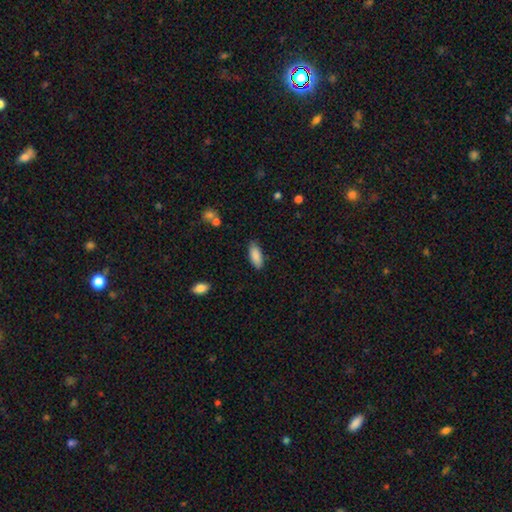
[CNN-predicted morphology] Smooth or featured? Predicted: smooth (p=0.88). How rounded? Predicted: in between (p=0.80). Merging? Predicted: none (p=0.83).